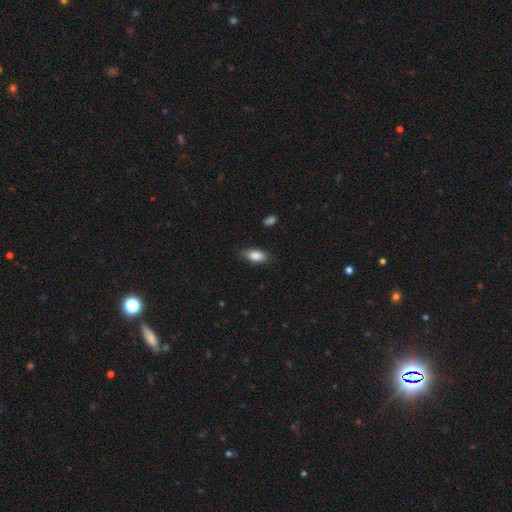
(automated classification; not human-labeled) This appears to be a smooth galaxy with no disk features (85%) that is in between round and cigar-shaped (87%). Merging: none (77%).